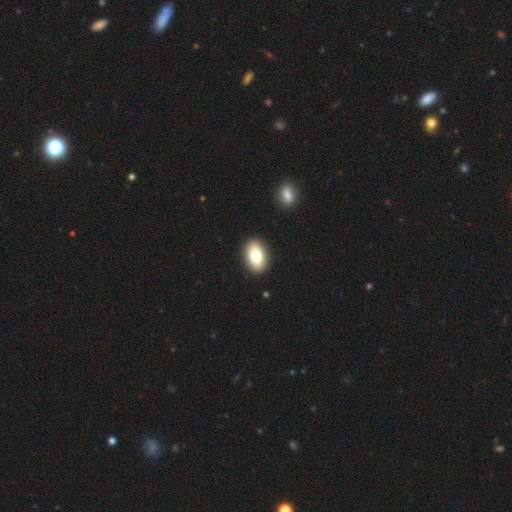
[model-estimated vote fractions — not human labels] Smooth or featured: smooth — 77% (featured or disk — 16%)
How rounded: in between — 88% (round — 9%)
Merging: none — 90% (minor disturbance — 6%)